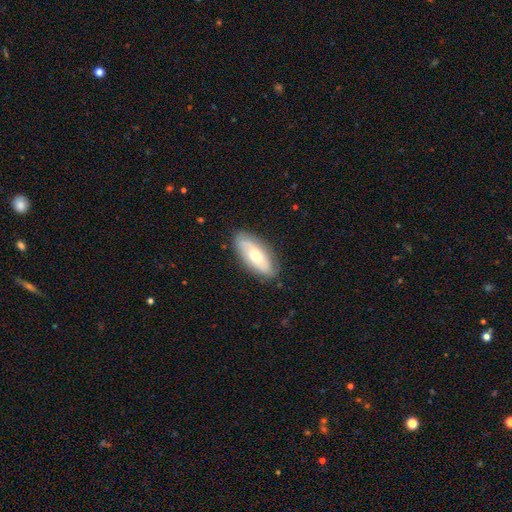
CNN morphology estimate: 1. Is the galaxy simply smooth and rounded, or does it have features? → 49% featured or disk, 45% smooth, 6% star or artifact.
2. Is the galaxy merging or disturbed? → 83% none, 13% minor disturbance, 3% major disturbance, 1% merger.